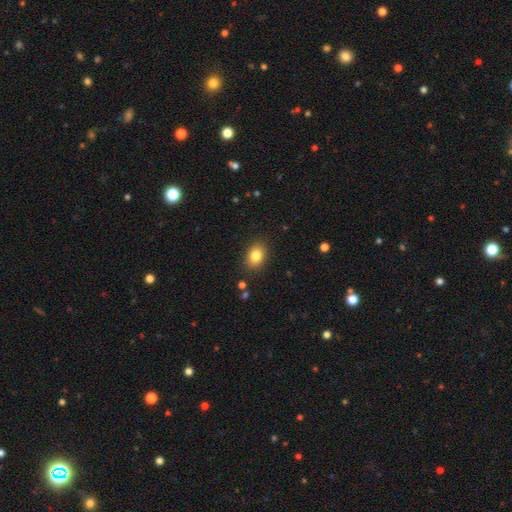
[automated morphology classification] smooth_or_featured: smooth (p=0.83) [alt: star or artifact p=0.10]
how_rounded: in between (p=0.66) [alt: round p=0.33]
merging: none (p=0.87) [alt: minor disturbance p=0.09]